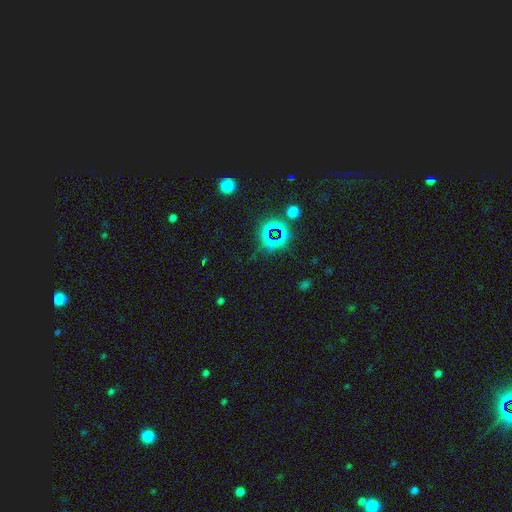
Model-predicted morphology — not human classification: Smooth or featured?
  - star or artifact: 76% *
  - smooth: 16%
  - featured or disk: 9%